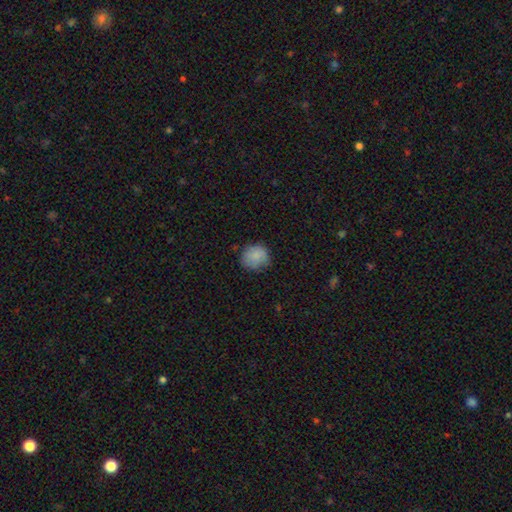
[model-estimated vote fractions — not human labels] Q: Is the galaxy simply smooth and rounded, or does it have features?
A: smooth — 84%.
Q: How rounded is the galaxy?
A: round — 80%.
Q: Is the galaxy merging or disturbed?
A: none — 71%.